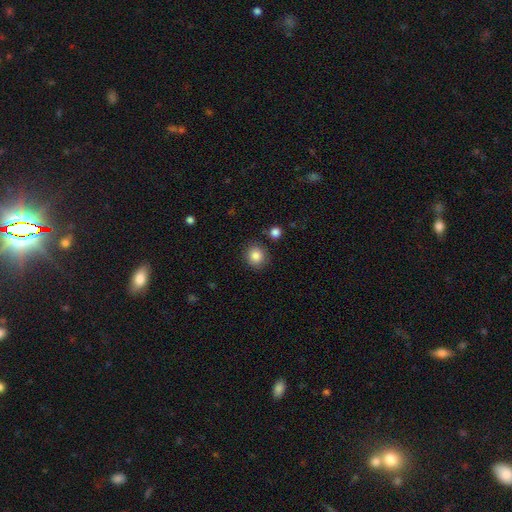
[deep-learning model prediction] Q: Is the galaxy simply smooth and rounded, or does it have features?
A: smooth — 85%.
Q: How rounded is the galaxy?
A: round — 88%.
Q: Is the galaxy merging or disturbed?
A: none — 86%.